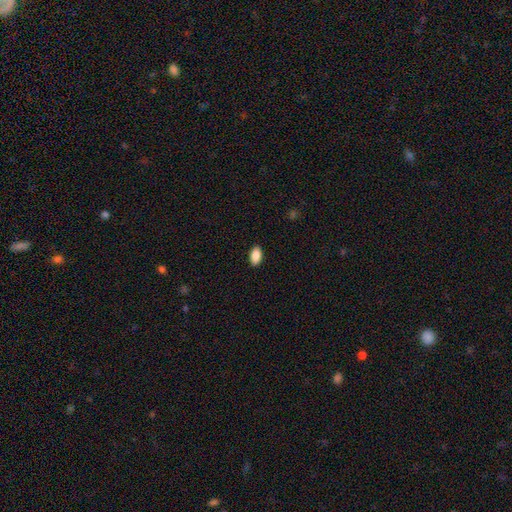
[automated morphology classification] Smooth or featured? smooth (89%)
How rounded? in between (93%)
Merging? none (90%)